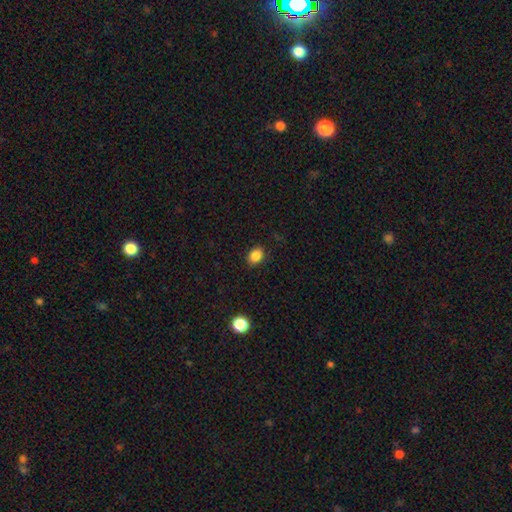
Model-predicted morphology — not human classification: Overall: smooth (86%). How rounded: in between (56%; round 43%). Merging: none (87%).